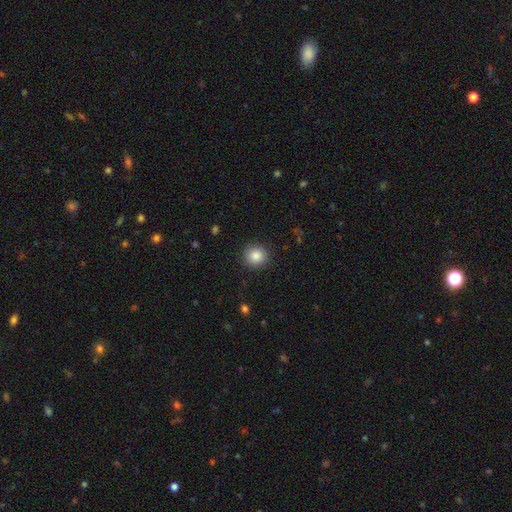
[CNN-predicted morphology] This is clearly a smooth galaxy (86%). How rounded: clearly round (92%). Merging: clearly none (90%).